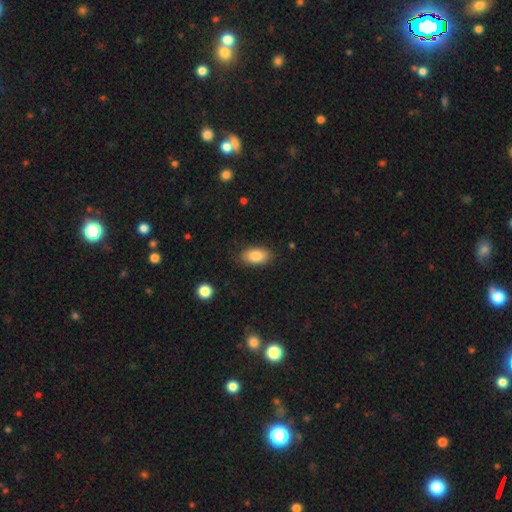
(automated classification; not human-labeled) Smooth or featured? Predicted: smooth (p=0.86). How rounded? Predicted: in between (p=0.92). Merging? Predicted: none (p=0.83).